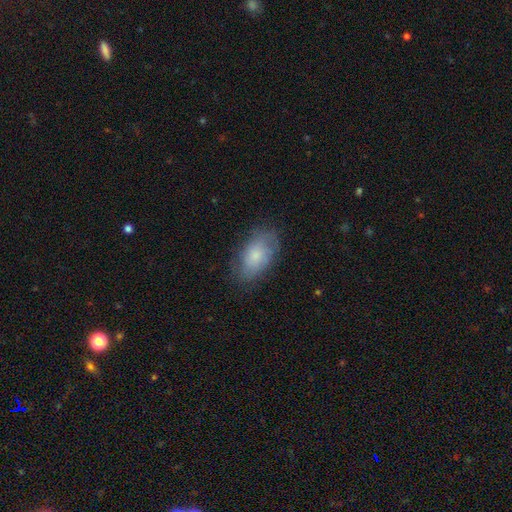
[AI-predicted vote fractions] smooth_or_featured: smooth (p=0.70) [alt: featured or disk p=0.24]
how_rounded: in between (p=0.92) [alt: round p=0.06]
merging: none (p=0.74) [alt: minor disturbance p=0.19]